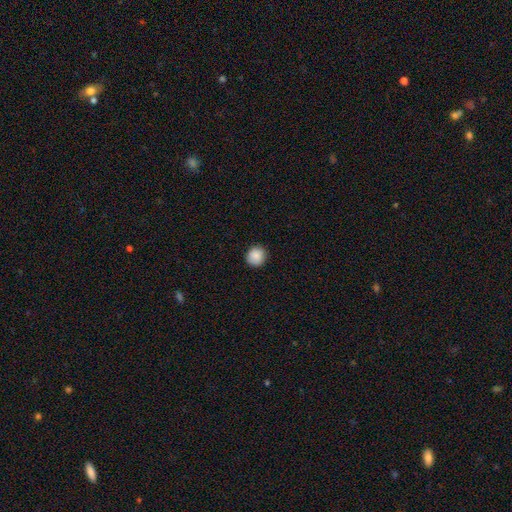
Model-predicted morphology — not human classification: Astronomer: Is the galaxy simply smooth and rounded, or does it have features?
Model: smooth — 89%.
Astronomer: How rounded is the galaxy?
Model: round — 88%.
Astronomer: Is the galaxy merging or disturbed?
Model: none — 89%.